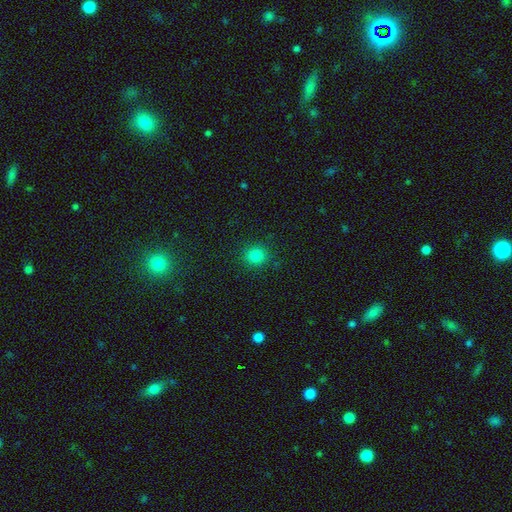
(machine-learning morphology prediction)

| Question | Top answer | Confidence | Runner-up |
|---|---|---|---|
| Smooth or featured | smooth | 82% | star or artifact (14%) |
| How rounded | round | 89% | in between (10%) |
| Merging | none | 90% | minor disturbance (7%) |